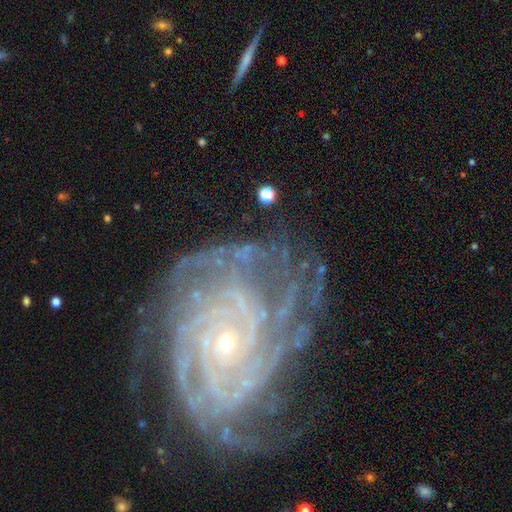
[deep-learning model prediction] Smooth or featured? featured or disk (90%)
Edge-on disk? no (97%)
Bar? no (77%)
Spiral arms? yes (98%)
Spiral winding? tight (79%)
Spiral arm count? more than 4 (23%)
Bulge size? small (83%)
Merging? none (65%)